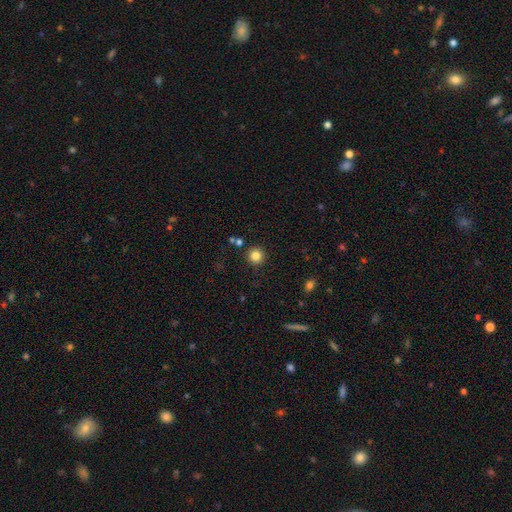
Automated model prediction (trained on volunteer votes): Overall: smooth (83%). How rounded: round (95%). Merging: none (89%).